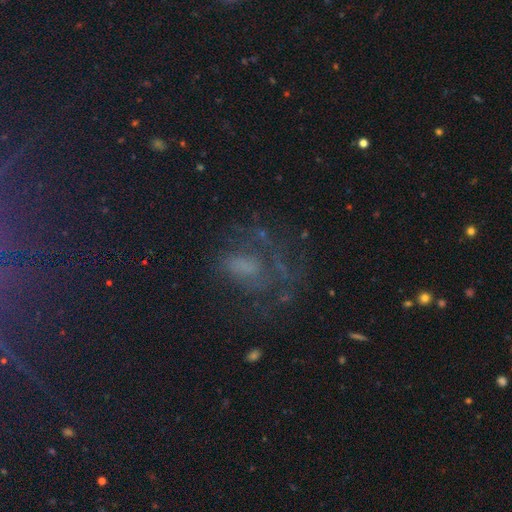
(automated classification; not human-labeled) Smooth or featured: featured or disk — 39% (star or artifact — 36%)
Merging: none — 48% (major disturbance — 30%)